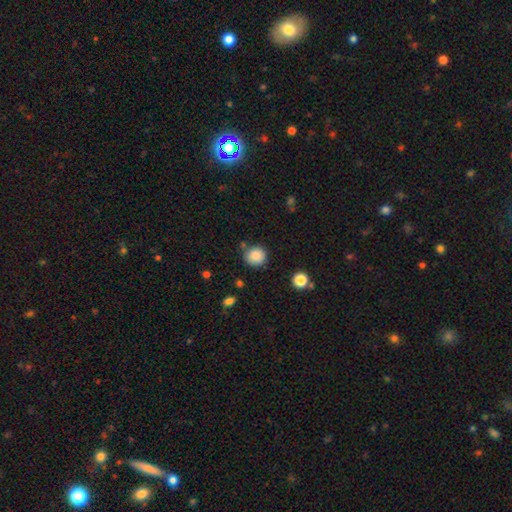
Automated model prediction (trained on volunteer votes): Q: Smooth or featured?
A: smooth (87%); runner-up: star or artifact (9%)
Q: How rounded?
A: round (91%); runner-up: in between (8%)
Q: Merging?
A: none (81%); runner-up: minor disturbance (11%)